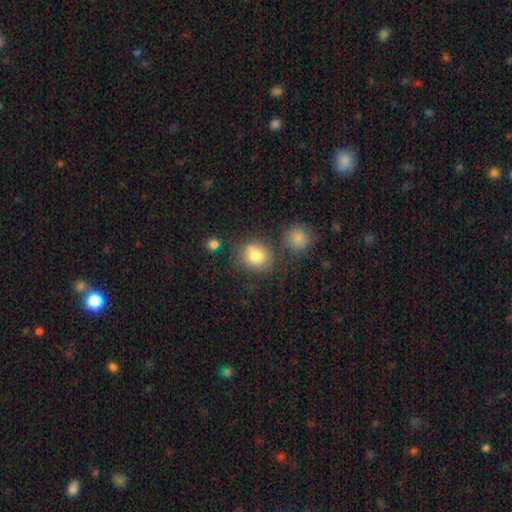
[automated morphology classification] Q: Smooth or featured?
A: smooth (82%); runner-up: star or artifact (10%)
Q: How rounded?
A: round (76%); runner-up: in between (23%)
Q: Merging?
A: none (68%); runner-up: minor disturbance (14%)